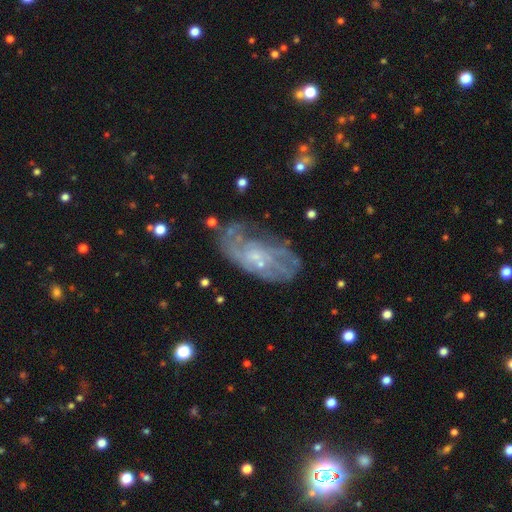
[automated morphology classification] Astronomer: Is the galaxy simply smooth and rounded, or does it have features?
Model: featured or disk — 74%.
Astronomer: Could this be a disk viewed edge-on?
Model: no — 95%.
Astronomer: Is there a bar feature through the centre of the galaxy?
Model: no — 70%.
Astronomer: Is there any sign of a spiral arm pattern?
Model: yes — 75%.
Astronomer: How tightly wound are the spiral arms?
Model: tight — 42% (runner-up: medium, 35%).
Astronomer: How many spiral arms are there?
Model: can't tell — 52%.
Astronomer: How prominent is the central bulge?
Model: small — 71%.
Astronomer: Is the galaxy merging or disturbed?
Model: none — 51%.